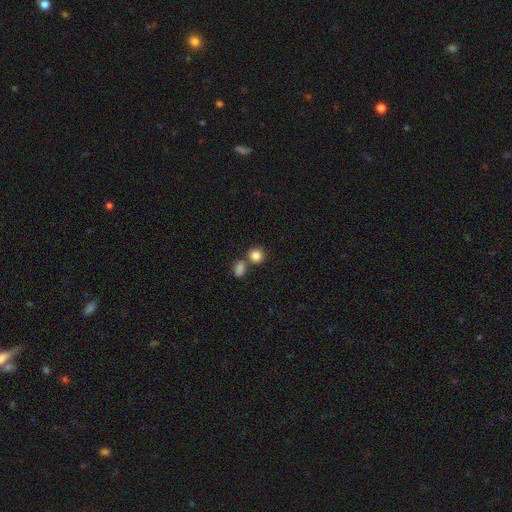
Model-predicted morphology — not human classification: Overall: smooth (85%). How rounded: round (83%). Merging: none (60%; merger 29%).